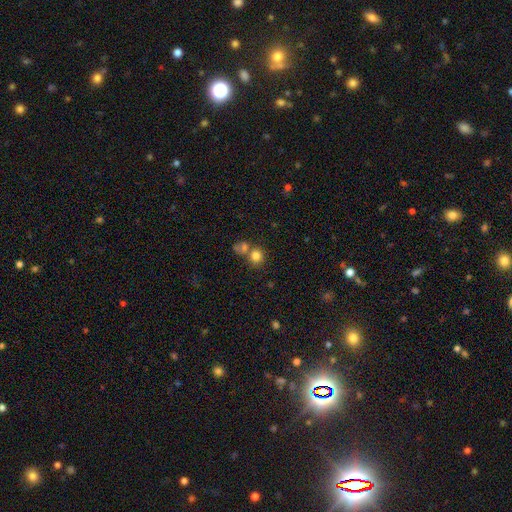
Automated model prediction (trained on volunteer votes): A smooth galaxy with no disk features (79%) that is round (85%).

Vote fractions:
- Smooth or featured? smooth: 79% / star or artifact: 12% / featured or disk: 9%
- How rounded? round: 85% / in between: 14% / cigar-shaped: 1%
- Merging? none: 54% / merger: 33% / minor disturbance: 9% / major disturbance: 4%